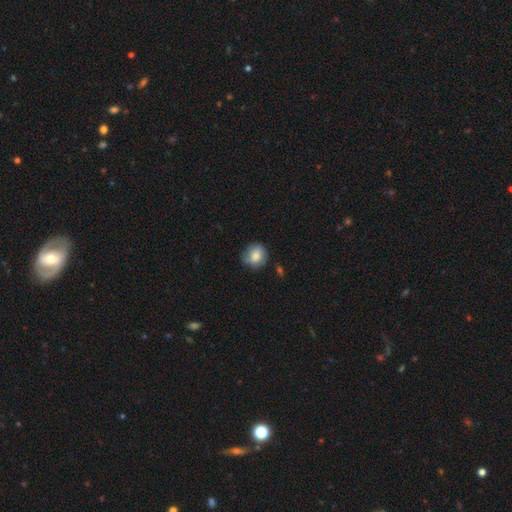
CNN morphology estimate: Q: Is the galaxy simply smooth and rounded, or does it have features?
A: smooth — 79%.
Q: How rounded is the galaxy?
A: round — 78%.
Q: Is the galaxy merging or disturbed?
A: none — 71%.